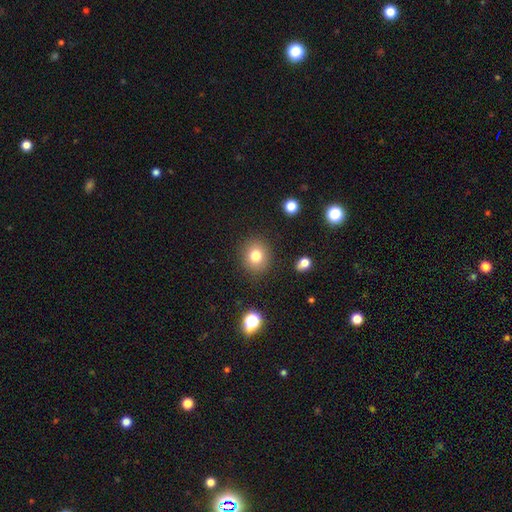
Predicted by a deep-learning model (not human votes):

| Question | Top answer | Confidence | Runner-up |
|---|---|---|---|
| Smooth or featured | smooth | 78% | star or artifact (13%) |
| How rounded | round | 81% | in between (18%) |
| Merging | none | 88% | minor disturbance (7%) |